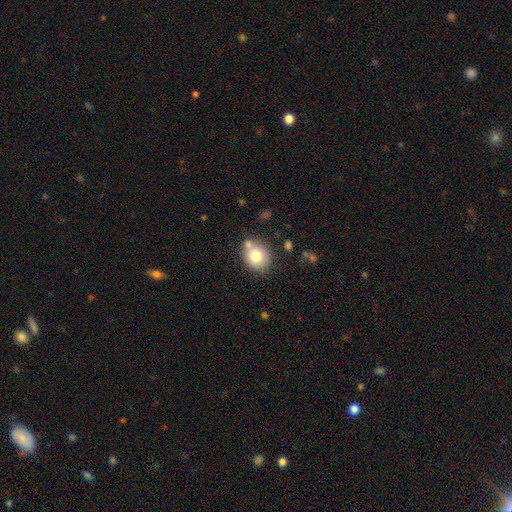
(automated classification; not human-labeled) smooth_or_featured: smooth (p=0.76) [alt: featured or disk p=0.14]
how_rounded: round (p=0.65) [alt: in between p=0.34]
merging: none (p=0.66) [alt: merger p=0.15]